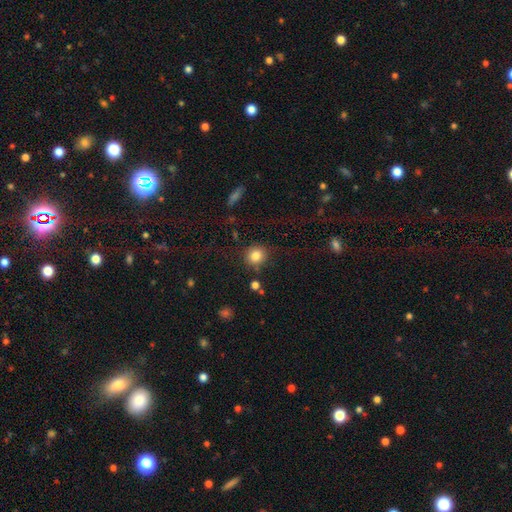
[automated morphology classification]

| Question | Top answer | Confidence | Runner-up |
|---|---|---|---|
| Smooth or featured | smooth | 83% | star or artifact (11%) |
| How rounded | round | 87% | in between (12%) |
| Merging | none | 83% | minor disturbance (9%) |